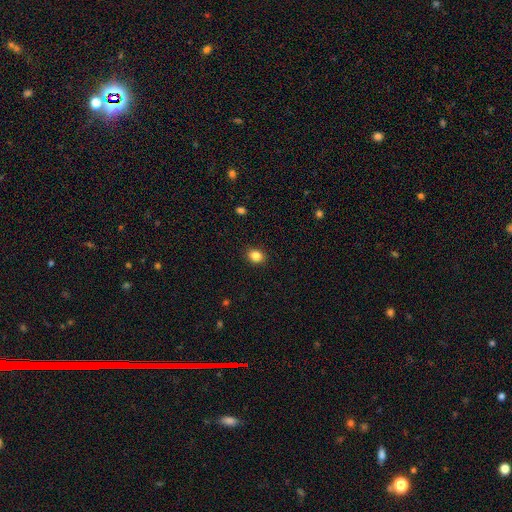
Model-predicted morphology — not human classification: Smooth or featured? Predicted: smooth (p=0.85). How rounded? Predicted: round (p=0.51). Merging? Predicted: none (p=0.90).